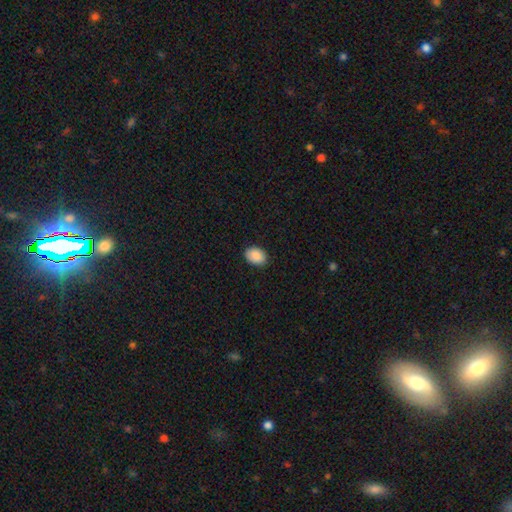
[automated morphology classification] smooth-or-featured: smooth: 90% | star or artifact: 7% | featured or disk: 3%
  how-rounded: in between: 77% | round: 22% | cigar-shaped: 1%
  merging: none: 88% | minor disturbance: 9% | major disturbance: 2% | merger: 1%